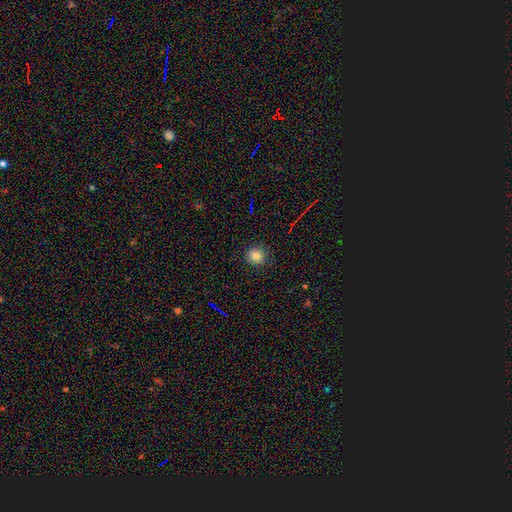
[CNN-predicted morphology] This is clearly a smooth galaxy (82%). How rounded: clearly round (80%). Merging: clearly none (88%).